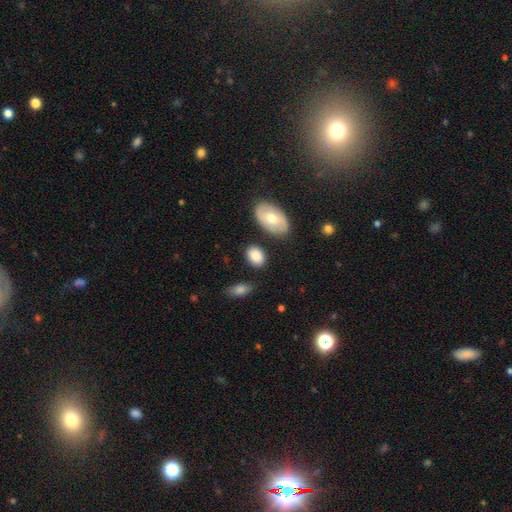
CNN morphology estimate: Q: Smooth or featured?
A: smooth (84%); runner-up: featured or disk (9%)
Q: How rounded?
A: in between (81%); runner-up: round (18%)
Q: Merging?
A: none (79%); runner-up: minor disturbance (12%)